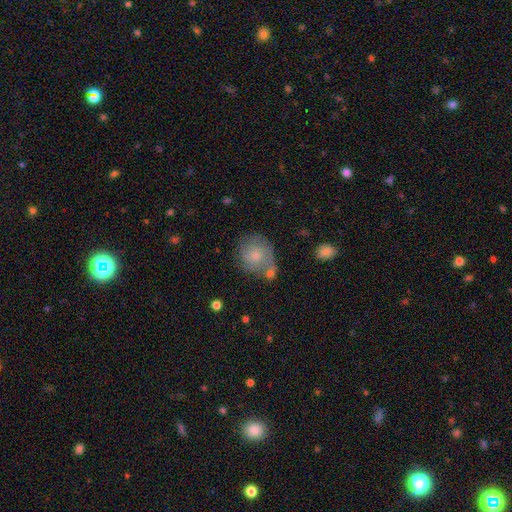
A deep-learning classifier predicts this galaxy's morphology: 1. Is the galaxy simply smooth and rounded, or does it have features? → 66% smooth, 26% featured or disk, 8% star or artifact.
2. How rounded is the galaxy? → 77% round, 21% in between, 1% cigar-shaped.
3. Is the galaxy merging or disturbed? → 51% none, 24% minor disturbance, 14% merger, 11% major disturbance.